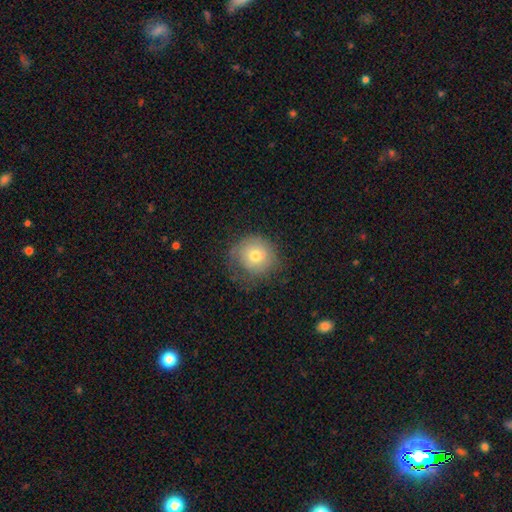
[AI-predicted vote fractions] Smooth or featured? smooth (69%)
How rounded? round (89%)
Merging? none (60%)